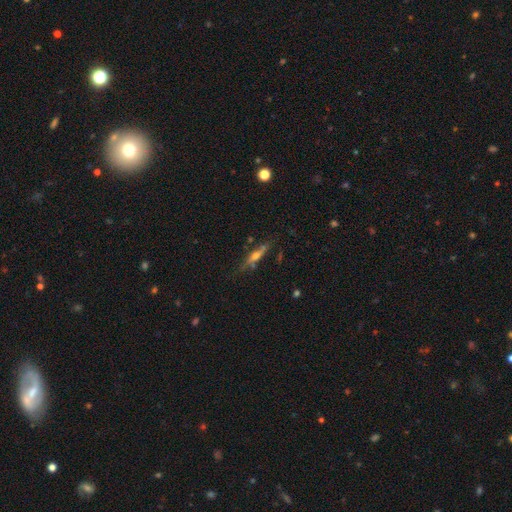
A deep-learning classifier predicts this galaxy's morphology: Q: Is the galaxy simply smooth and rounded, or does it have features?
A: featured or disk — 60%.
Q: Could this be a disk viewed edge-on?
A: yes — 89%.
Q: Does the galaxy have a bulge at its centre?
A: rounded — 86%.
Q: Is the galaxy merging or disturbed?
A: none — 70%.